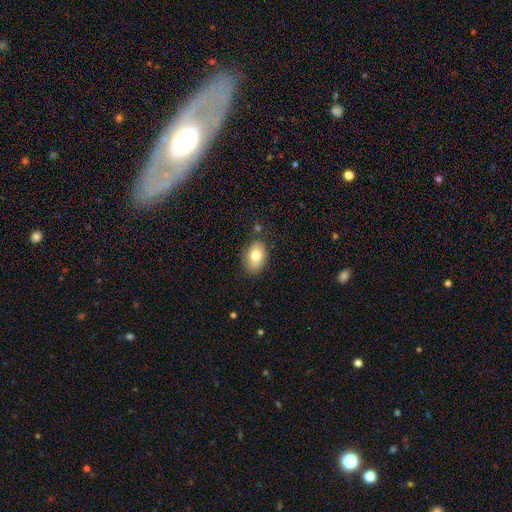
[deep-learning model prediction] smooth_or_featured: smooth (p=0.77) [alt: featured or disk p=0.15]
how_rounded: in between (p=0.83) [alt: round p=0.16]
merging: none (p=0.78) [alt: minor disturbance p=0.15]